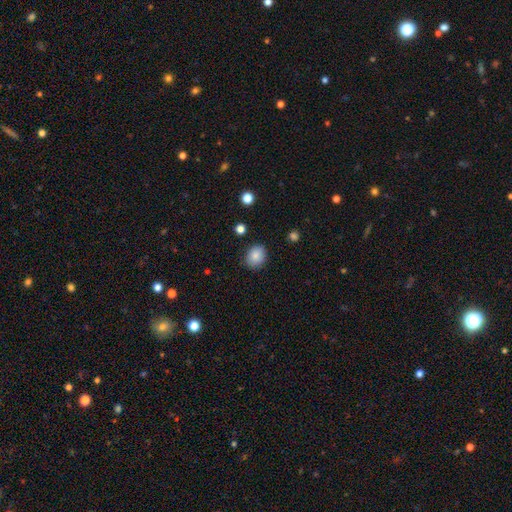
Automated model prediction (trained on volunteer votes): This is clearly a smooth galaxy (85%). How rounded: possibly round (56%). Merging: clearly none (84%).